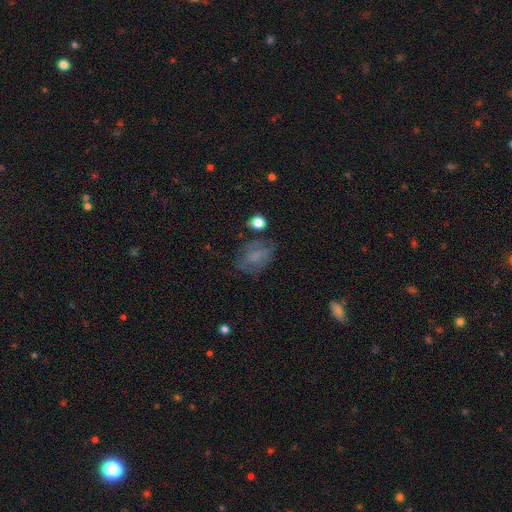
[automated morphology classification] type=smooth (56%); roundness=in between (76%); merging=none (57%).